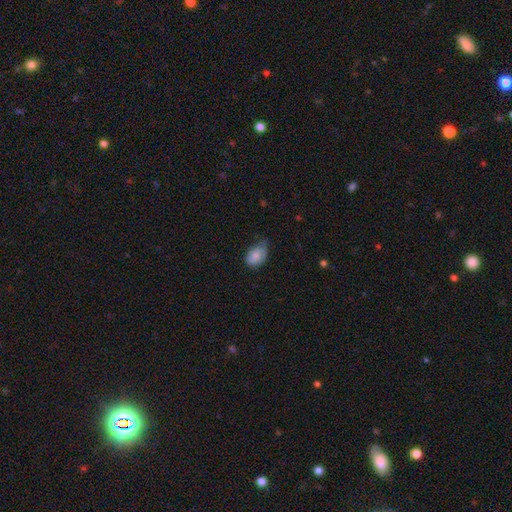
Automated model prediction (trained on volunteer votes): Smooth or featured? smooth (83%)
How rounded? in between (84%)
Merging? none (45%, tied with minor disturbance)